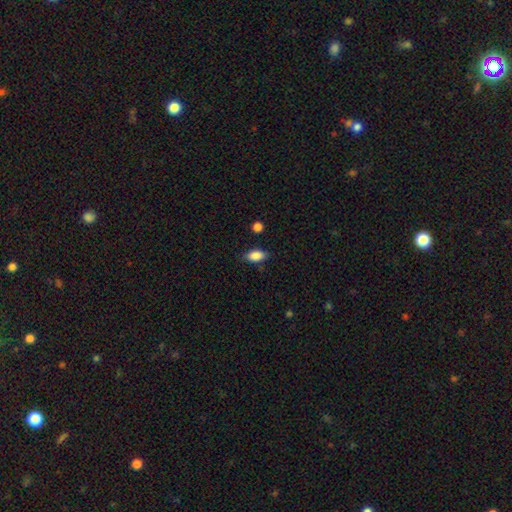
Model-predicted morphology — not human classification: Smooth or featured? Predicted: smooth (p=0.87). How rounded? Predicted: in between (p=0.89). Merging? Predicted: none (p=0.81).